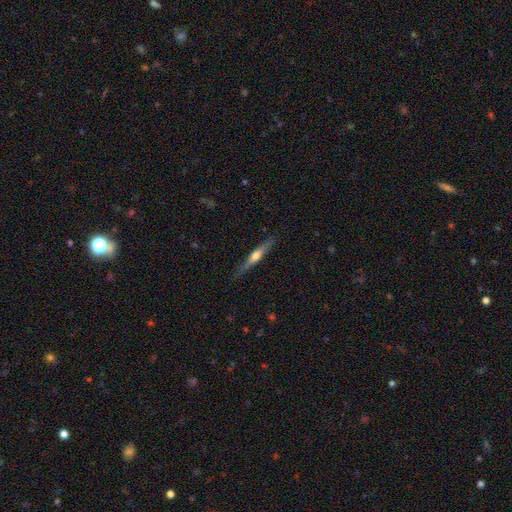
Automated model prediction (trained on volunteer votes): The model was most divided on "smooth or featured": featured or disk: 61%, smooth: 33%, star or artifact: 6%. More confident: edge-on disk — yes (97%); edge-on bulge — rounded (88%); merging — none (86%).